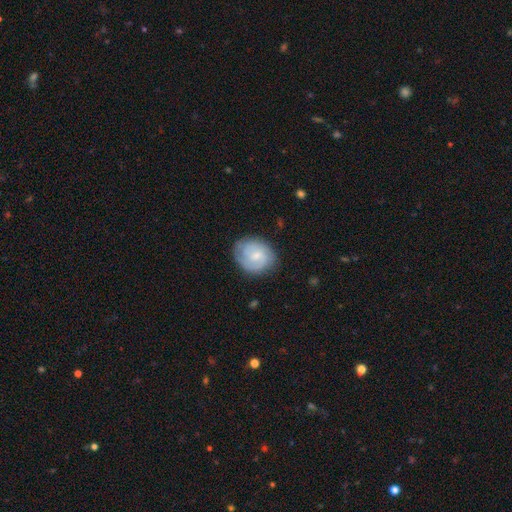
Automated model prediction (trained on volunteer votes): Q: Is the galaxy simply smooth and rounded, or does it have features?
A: featured or disk — 61%.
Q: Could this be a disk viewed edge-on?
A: no — 98%.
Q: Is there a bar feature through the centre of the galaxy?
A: weak — 47%, tied with no.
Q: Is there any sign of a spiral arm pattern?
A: yes — 89%.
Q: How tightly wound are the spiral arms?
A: tight — 53%.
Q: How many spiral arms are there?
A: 2 — 50%.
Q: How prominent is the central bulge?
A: small — 56%.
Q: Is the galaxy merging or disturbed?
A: none — 76%.